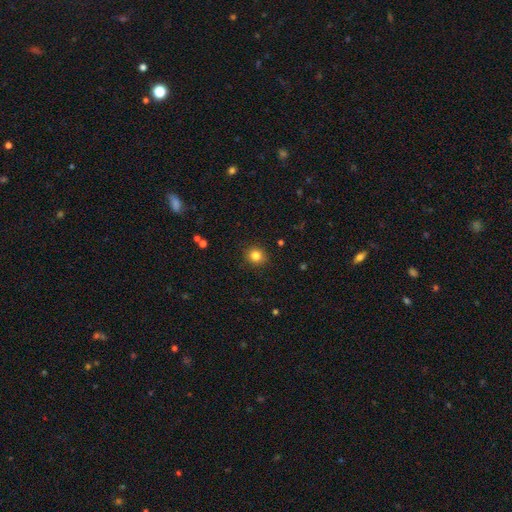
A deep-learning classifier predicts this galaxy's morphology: type=smooth (82%); roundness=round (86%); merging=none (90%).